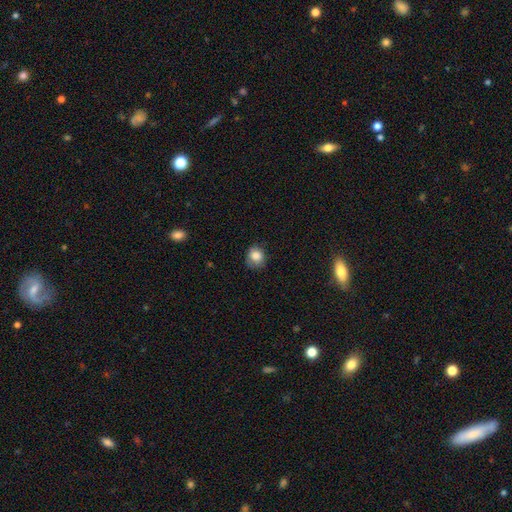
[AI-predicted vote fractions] Smooth or featured: smooth — 84% (star or artifact — 9%)
How rounded: round — 70% (in between — 29%)
Merging: none — 69% (minor disturbance — 24%)